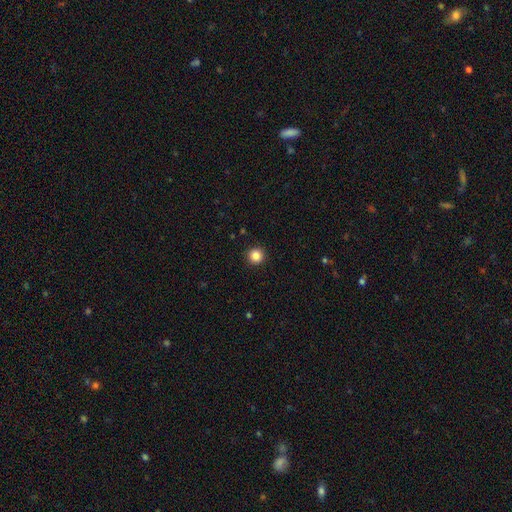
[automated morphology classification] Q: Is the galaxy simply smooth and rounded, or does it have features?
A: smooth — 85%.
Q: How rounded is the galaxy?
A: round — 95%.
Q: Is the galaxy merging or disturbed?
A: none — 93%.